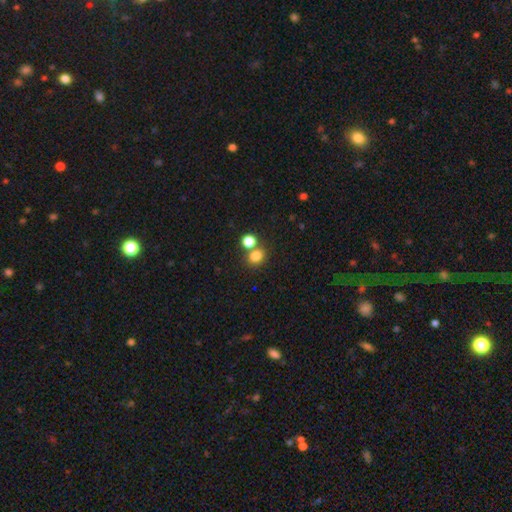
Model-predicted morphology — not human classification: Smooth or featured? smooth (79%)
How rounded? round (71%)
Merging? none (61%)